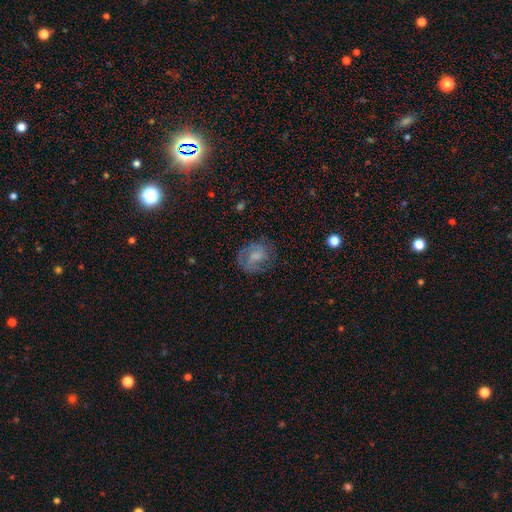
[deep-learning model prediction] Smooth or featured? Predicted: featured or disk (p=0.54). Edge-on disk? Predicted: no (p=0.97). Bar? Predicted: no (p=0.50). Spiral arms? Predicted: yes (p=0.78). Bulge size? Predicted: small (p=0.33). Merging? Predicted: none (p=0.64).